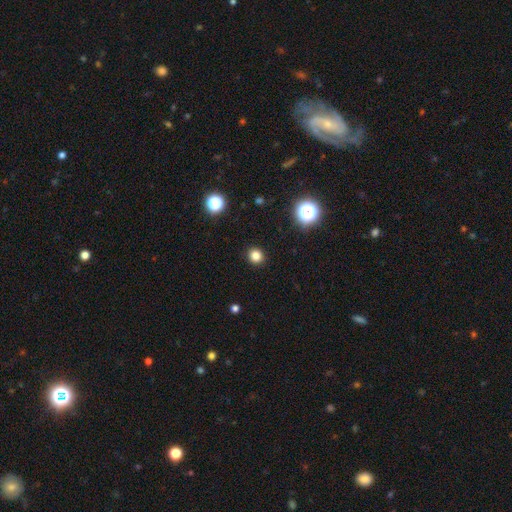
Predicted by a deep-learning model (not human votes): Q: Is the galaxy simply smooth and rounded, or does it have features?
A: smooth — 82%.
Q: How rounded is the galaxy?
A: round — 87%.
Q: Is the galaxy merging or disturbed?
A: none — 92%.